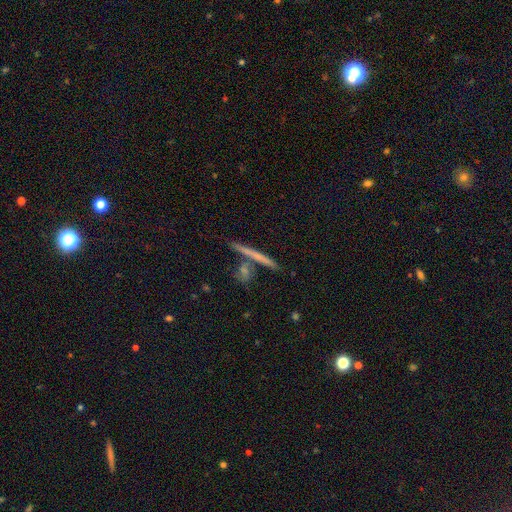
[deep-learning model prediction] The model was most divided on "smooth or featured": smooth: 49%, featured or disk: 44%, star or artifact: 8%. More confident: merging — none (79%).